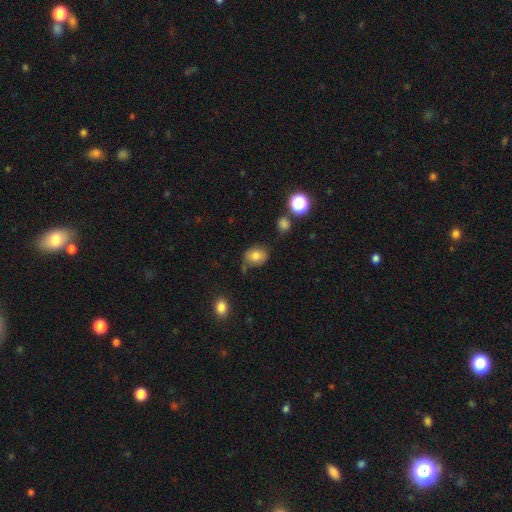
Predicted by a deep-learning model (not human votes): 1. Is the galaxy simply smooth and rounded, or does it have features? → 78% smooth, 11% featured or disk, 11% star or artifact.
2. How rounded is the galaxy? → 57% in between, 42% round, 1% cigar-shaped.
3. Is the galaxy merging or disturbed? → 66% none, 22% minor disturbance, 6% merger, 6% major disturbance.